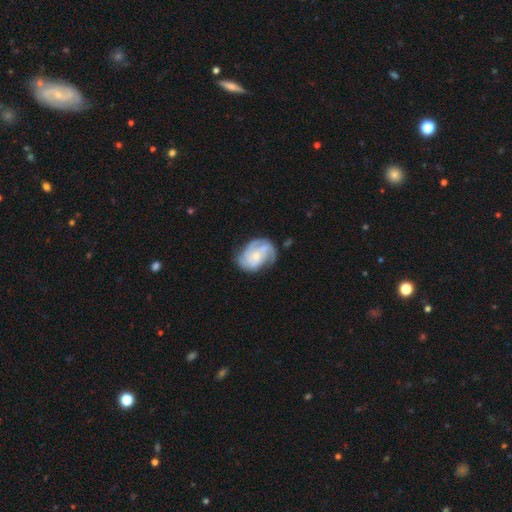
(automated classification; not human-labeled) smooth_or_featured: featured or disk (p=0.77) [alt: smooth p=0.17]
disk_edge_on: no (p=0.98) [alt: yes p=0.02]
bar: no (p=0.69) [alt: weak p=0.26]
has_spiral_arms: yes (p=0.93) [alt: no p=0.07]
spiral_winding: tight (p=0.47) [alt: medium p=0.39]
spiral_arm_count: 3 (p=0.34) [alt: 2 p=0.25]
bulge_size: small (p=0.60) [alt: moderate p=0.32]
merging: none (p=0.59) [alt: minor disturbance p=0.25]